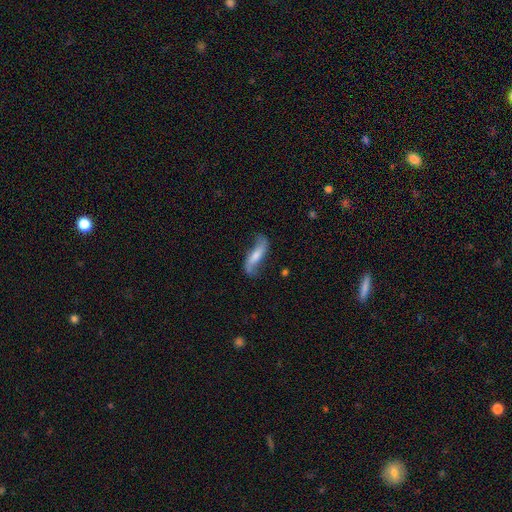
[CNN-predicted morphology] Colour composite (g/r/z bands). It shows a featured or disk galaxy (60%). Merging: none (65%).